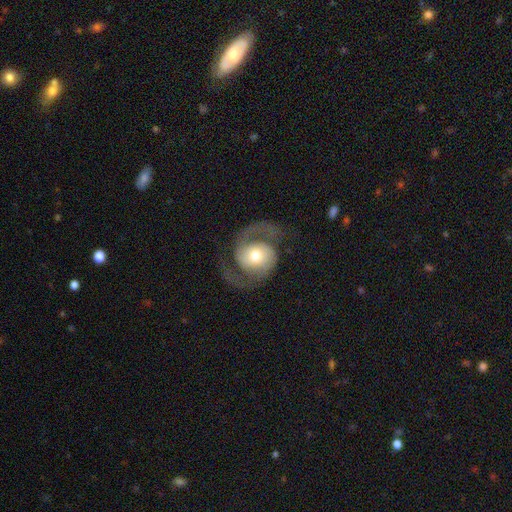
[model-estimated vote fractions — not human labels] smooth_or_featured: featured or disk (p=0.84) [alt: smooth p=0.11]
disk_edge_on: no (p=0.98) [alt: yes p=0.02]
bar: no (p=0.63) [alt: weak p=0.28]
has_spiral_arms: yes (p=0.96) [alt: no p=0.04]
spiral_winding: medium (p=0.50) [alt: loose p=0.34]
spiral_arm_count: 2 (p=0.92) [alt: 1 p=0.03]
bulge_size: moderate (p=0.62) [alt: small p=0.23]
merging: none (p=0.68) [alt: major disturbance p=0.16]